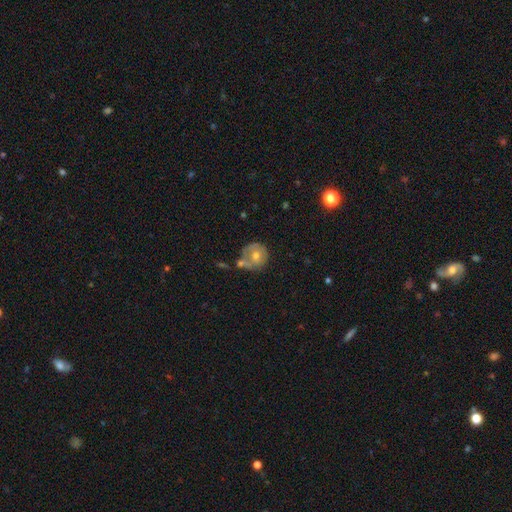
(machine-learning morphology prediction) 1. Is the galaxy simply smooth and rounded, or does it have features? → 49% smooth, 41% featured or disk, 9% star or artifact.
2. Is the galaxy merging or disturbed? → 51% none, 23% merger, 19% minor disturbance, 8% major disturbance.